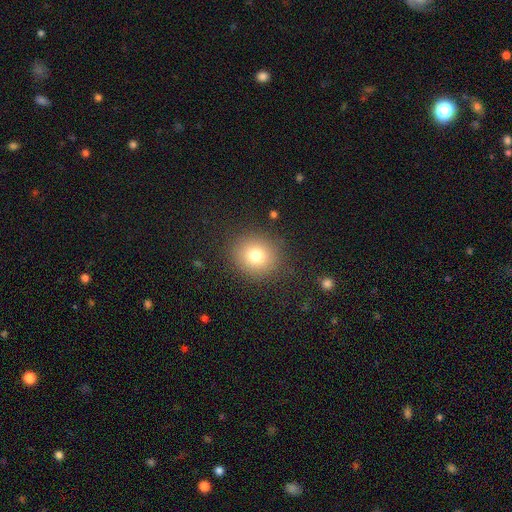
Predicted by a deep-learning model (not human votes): A smooth galaxy with no disk features (77%) that is round (84%). Merging: none (88%).